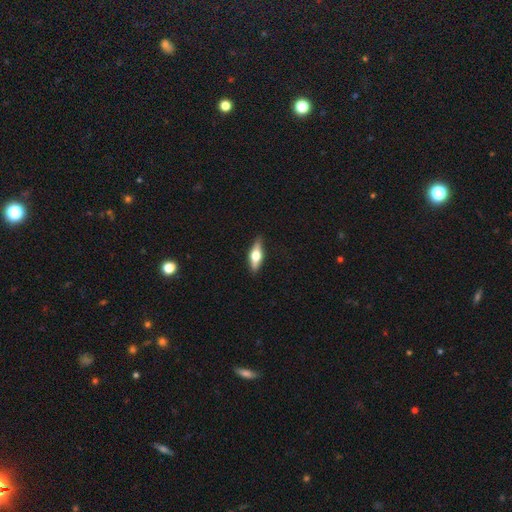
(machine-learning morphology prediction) A featured or disk galaxy (55%) viewed edge-on (93%) with a rounded central bulge (95%). Merging: none (87%).